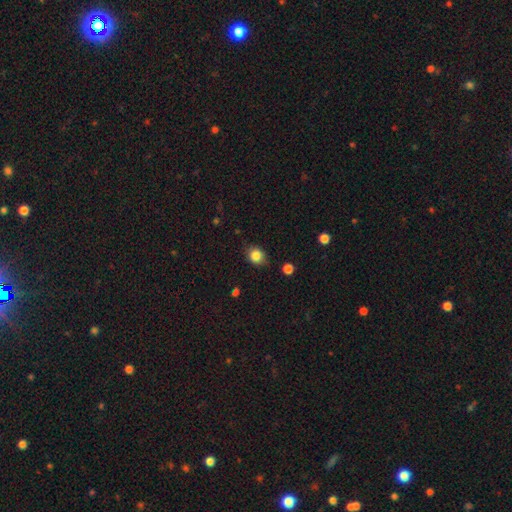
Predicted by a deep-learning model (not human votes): Smooth or featured: smooth — 84% (star or artifact — 10%)
How rounded: round — 60% (in between — 39%)
Merging: none — 80% (minor disturbance — 16%)